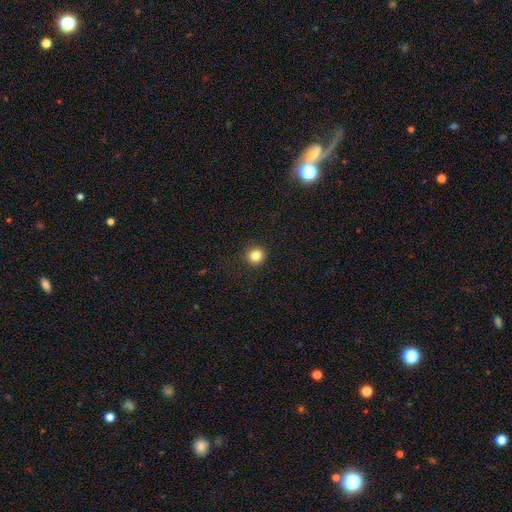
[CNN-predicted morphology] A smooth galaxy with no disk features (83%) that is round (92%).

Vote fractions:
- Smooth or featured? smooth: 83% / star or artifact: 12% / featured or disk: 5%
- How rounded? round: 92% / in between: 8% / cigar-shaped: 1%
- Merging? none: 90% / minor disturbance: 6% / major disturbance: 2% / merger: 1%